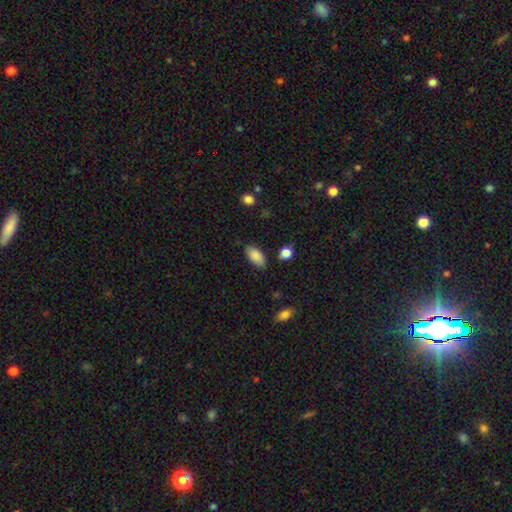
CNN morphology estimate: smooth-or-featured: smooth: 87% | star or artifact: 7% | featured or disk: 5%
  how-rounded: in between: 92% | cigar-shaped: 5% | round: 3%
  merging: none: 80% | minor disturbance: 15% | major disturbance: 3% | merger: 2%